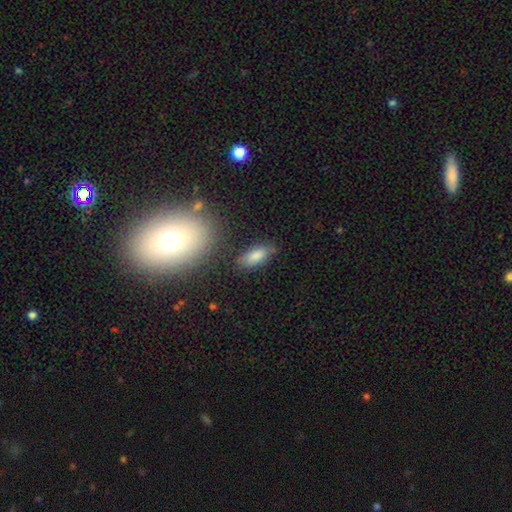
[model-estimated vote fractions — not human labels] A smooth galaxy with no disk features (82%) that is in between round and cigar-shaped (84%). Merging: none (78%).